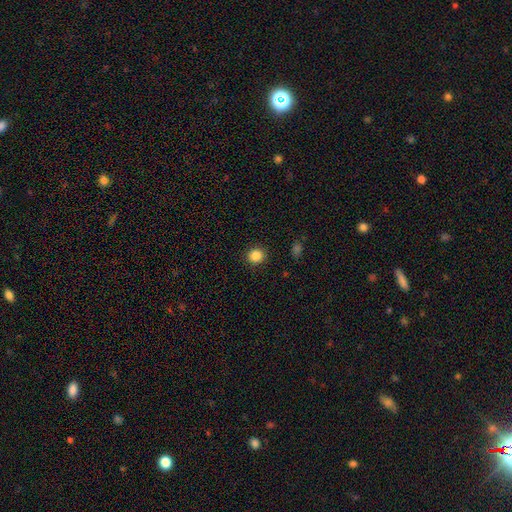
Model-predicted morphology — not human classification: smooth 86%, star or artifact 11%, featured or disk 3%. Down the decision tree: how rounded — round (91%); merging — none (91%).